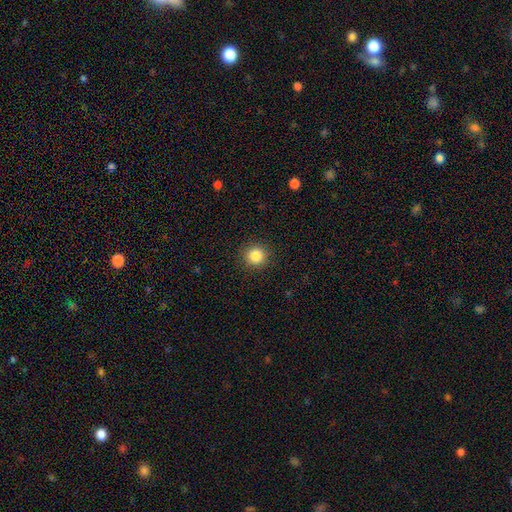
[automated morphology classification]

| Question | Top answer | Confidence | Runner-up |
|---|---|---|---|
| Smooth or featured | smooth | 85% | star or artifact (11%) |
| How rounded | round | 94% | in between (5%) |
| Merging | none | 91% | minor disturbance (6%) |